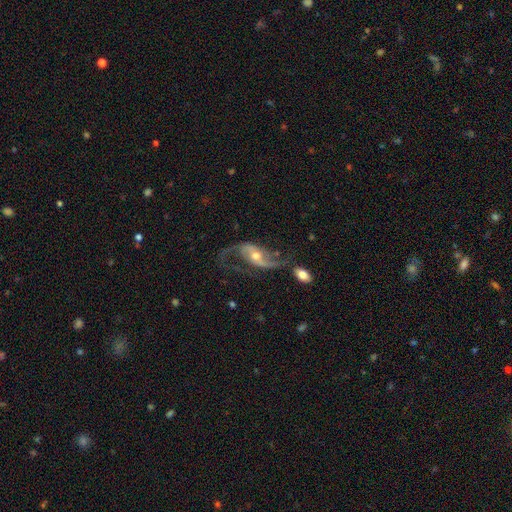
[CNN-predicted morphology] This is clearly a featured or disk galaxy (87%). It is clearly not viewed edge-on (95%). Bar: marginally no (45%). Spiral arm pattern: clearly yes (94%). Spiral arm count: clearly 2 (91%). Spiral winding: likely loose (78%). Central bulge: likely moderate (64%). Merging: possibly none (53%).